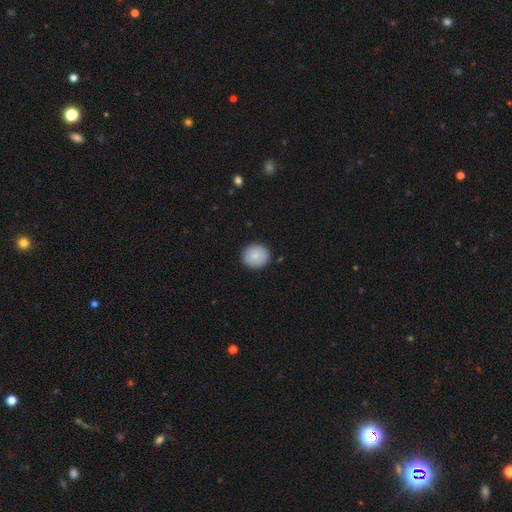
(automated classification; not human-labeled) The model was most divided on "smooth or featured": smooth: 85%, featured or disk: 8%, star or artifact: 7%. More confident: merging — none (90%); how rounded — round (90%).